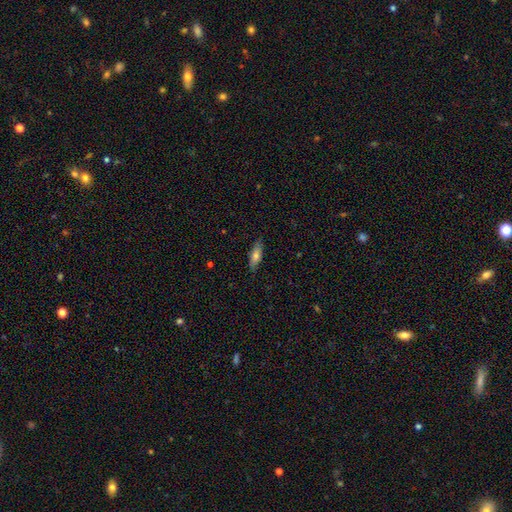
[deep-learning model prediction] A smooth galaxy with no disk features (71%) that is in between round and cigar-shaped (54%).

Vote fractions:
- Smooth or featured? smooth: 71% / featured or disk: 23% / star or artifact: 7%
- How rounded? in between: 54% / cigar-shaped: 44% / round: 2%
- Merging? none: 84% / minor disturbance: 13% / major disturbance: 2% / merger: 1%